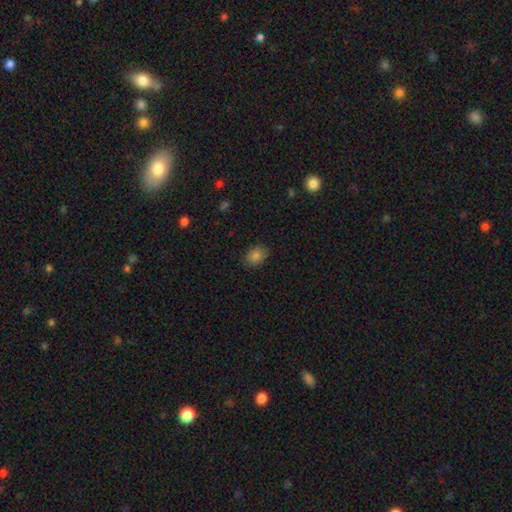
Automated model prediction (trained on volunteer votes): Smooth or featured? smooth (84%)
How rounded? in between (64%)
Merging? none (84%)